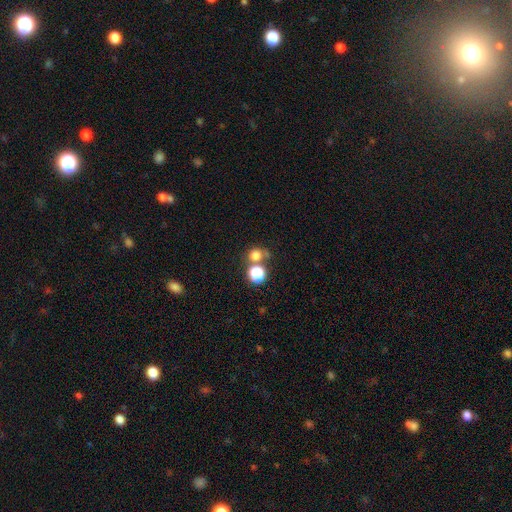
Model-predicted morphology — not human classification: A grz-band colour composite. It shows a smooth galaxy with no disk features (73%) that is round (83%). Merging: none (54%).